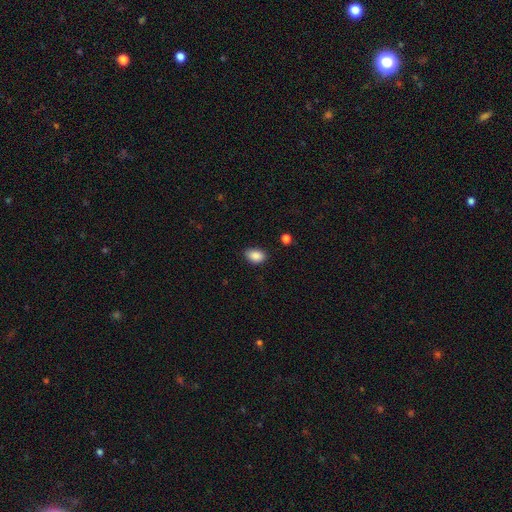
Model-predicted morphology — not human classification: smooth_or_featured: smooth (p=0.88) [alt: star or artifact p=0.08]
how_rounded: in between (p=0.84) [alt: round p=0.15]
merging: none (p=0.81) [alt: minor disturbance p=0.15]